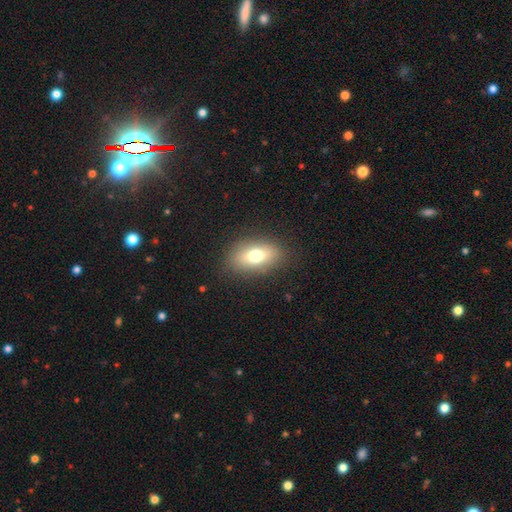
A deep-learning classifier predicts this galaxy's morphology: A smooth galaxy with no disk features (70%) that is in between round and cigar-shaped (82%). Merging: none (85%).